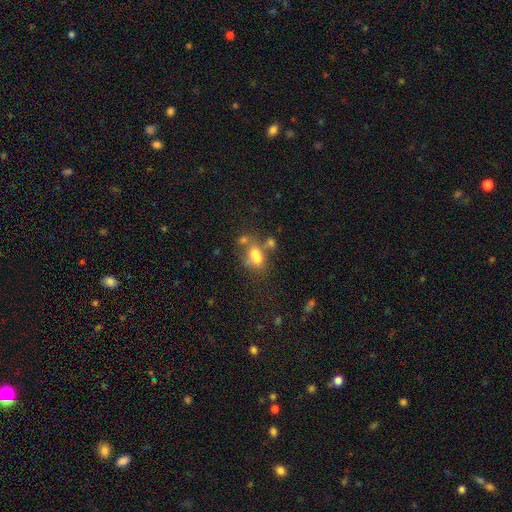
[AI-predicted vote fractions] A smooth galaxy with no disk features (65%) that is in between round and cigar-shaped (81%).

Vote fractions:
- Smooth or featured? smooth: 65% / featured or disk: 20% / star or artifact: 14%
- How rounded? in between: 81% / round: 14% / cigar-shaped: 5%
- Merging? merger: 35% / none: 32% / minor disturbance: 17% / major disturbance: 16%